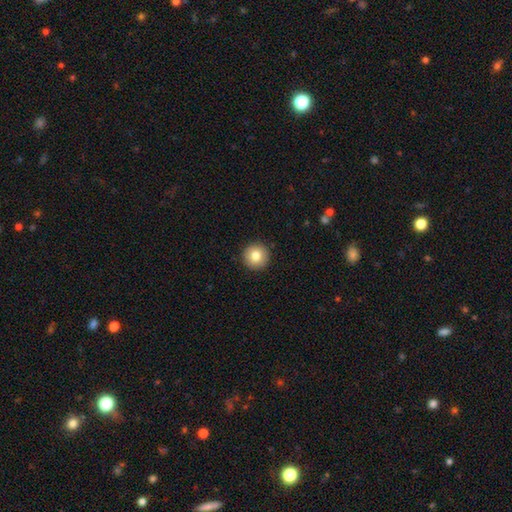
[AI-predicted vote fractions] Overall: smooth (81%). How rounded: round (96%). Merging: none (93%).